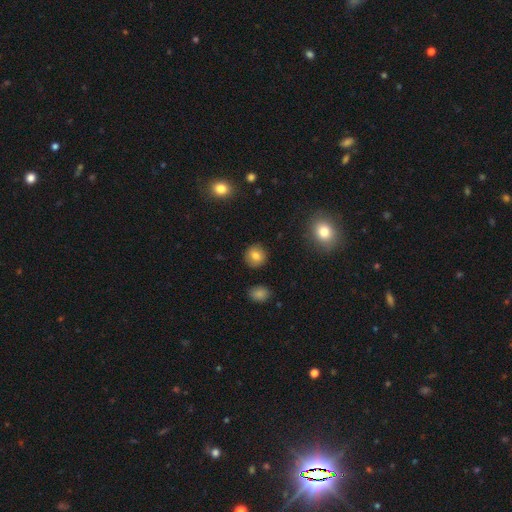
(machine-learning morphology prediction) This is clearly a smooth galaxy (80%). How rounded: clearly round (90%). Merging: clearly none (90%).